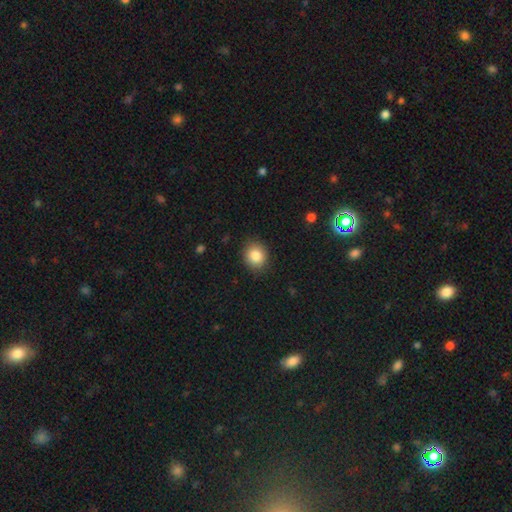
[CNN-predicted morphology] smooth_or_featured: smooth (p=0.85) [alt: star or artifact p=0.09]
how_rounded: round (p=0.74) [alt: in between p=0.26]
merging: none (p=0.88) [alt: minor disturbance p=0.08]